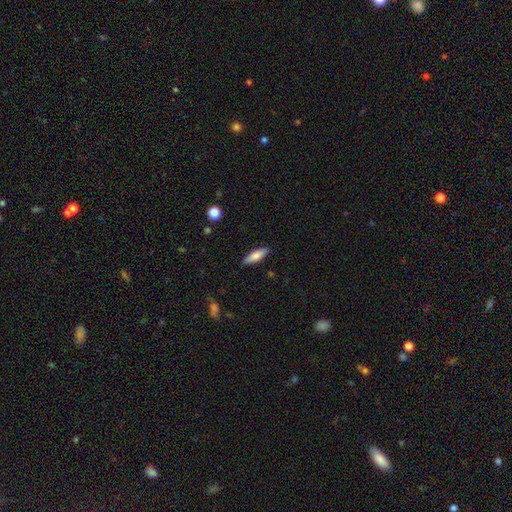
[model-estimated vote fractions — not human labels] Overall: smooth (78%). How rounded: in between (52%; cigar-shaped 46%). Merging: none (87%).